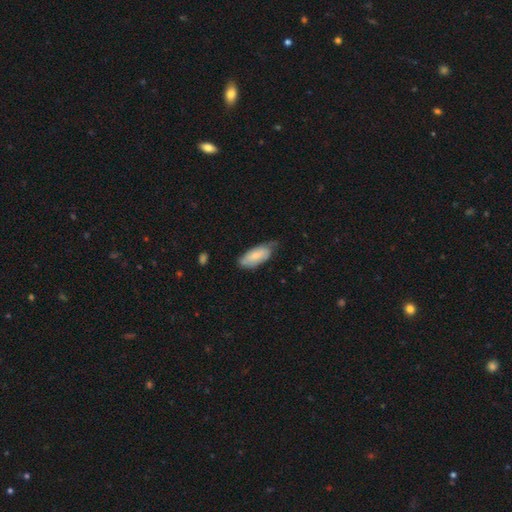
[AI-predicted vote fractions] smooth 73%, featured or disk 22%, star or artifact 6%. Down the decision tree: how rounded — in between (85%); merging — none (52%).